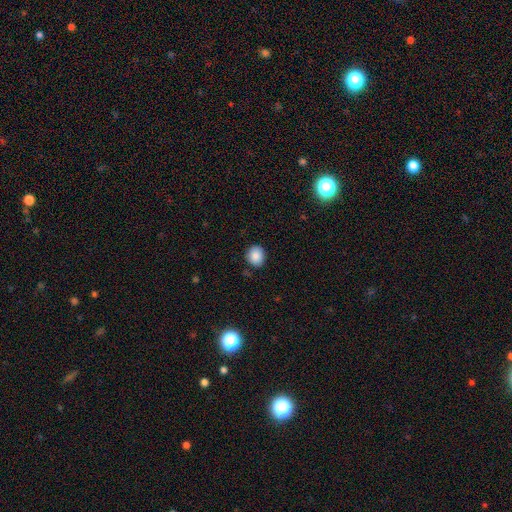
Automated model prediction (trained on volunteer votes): Smooth or featured? Predicted: smooth (p=0.87). How rounded? Predicted: round (p=0.76). Merging? Predicted: none (p=0.85).